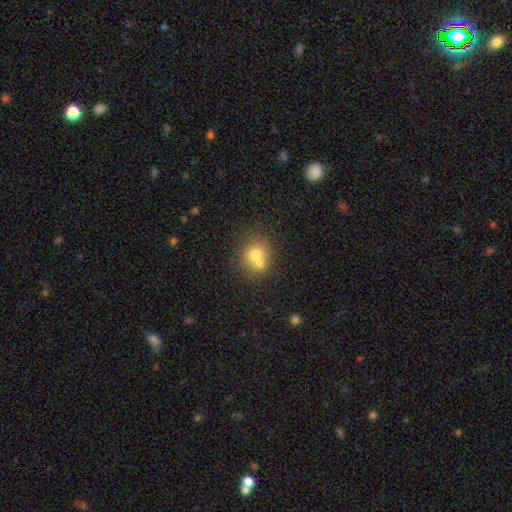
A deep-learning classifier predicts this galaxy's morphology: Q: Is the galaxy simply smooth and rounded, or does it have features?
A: smooth — 70%.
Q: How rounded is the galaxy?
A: round — 77%.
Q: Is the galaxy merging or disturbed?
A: merger — 47%.